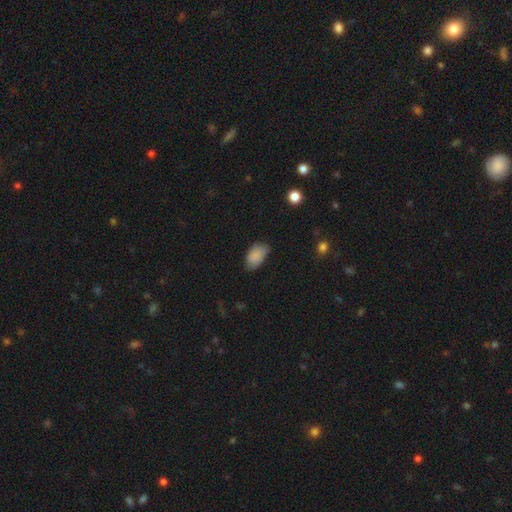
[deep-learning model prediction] smooth-or-featured: smooth: 86% | star or artifact: 8% | featured or disk: 5%
  how-rounded: in between: 92% | round: 6% | cigar-shaped: 2%
  merging: none: 63% | minor disturbance: 30% | major disturbance: 6% | merger: 2%